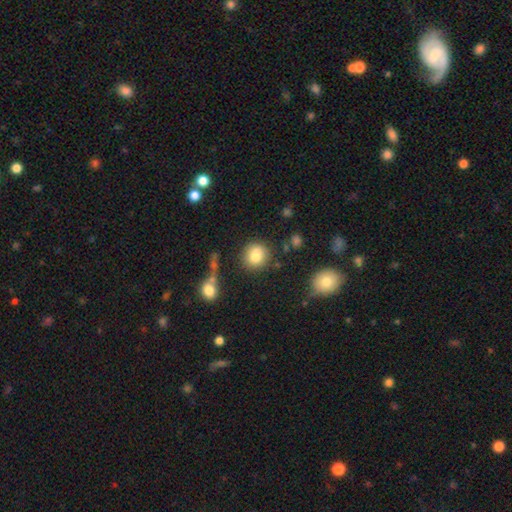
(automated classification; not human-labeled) A smooth galaxy with no disk features (82%) that is round (81%).

Vote fractions:
- Smooth or featured? smooth: 82% / star or artifact: 10% / featured or disk: 8%
- How rounded? round: 81% / in between: 18% / cigar-shaped: 1%
- Merging? none: 79% / minor disturbance: 11% / merger: 6% / major disturbance: 4%